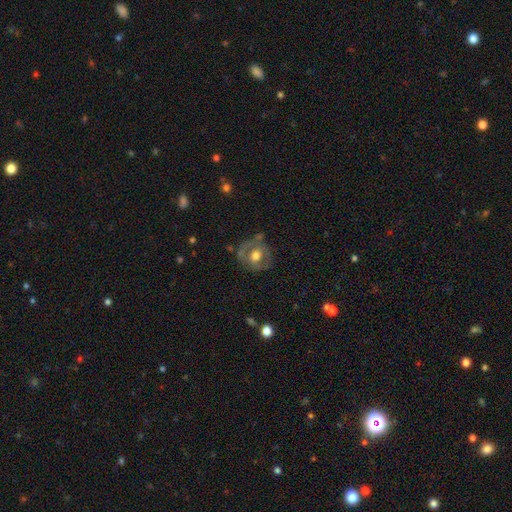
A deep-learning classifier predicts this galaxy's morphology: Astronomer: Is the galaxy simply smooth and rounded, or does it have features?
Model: featured or disk — 48% (runner-up: smooth, 45%).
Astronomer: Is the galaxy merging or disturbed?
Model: none — 66%.